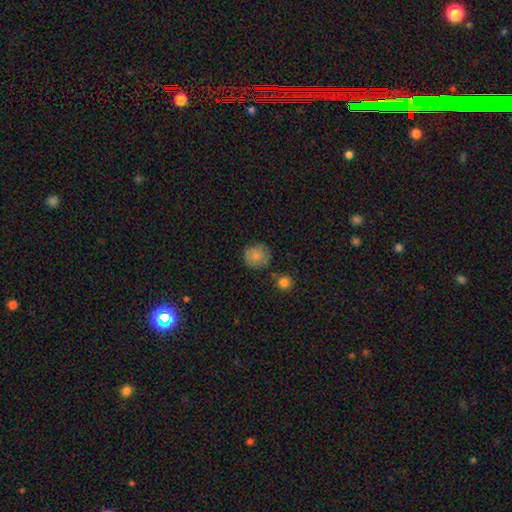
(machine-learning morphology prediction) A smooth galaxy with no disk features (84%) that is round (89%).

Vote fractions:
- Smooth or featured? smooth: 84% / star or artifact: 9% / featured or disk: 7%
- How rounded? round: 89% / in between: 10% / cigar-shaped: 1%
- Merging? none: 79% / minor disturbance: 13% / merger: 4% / major disturbance: 3%